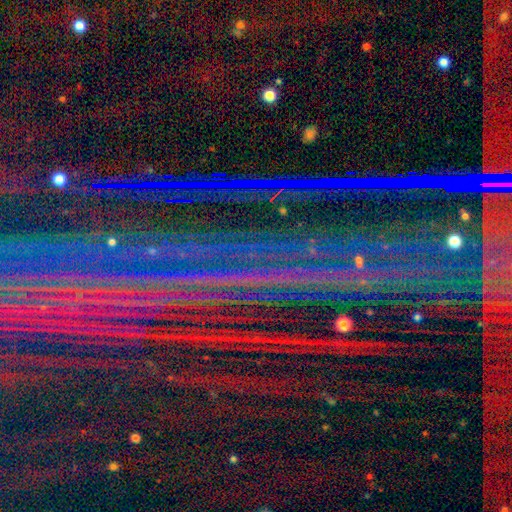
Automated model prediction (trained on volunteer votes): Overall: star or artifact (87%).